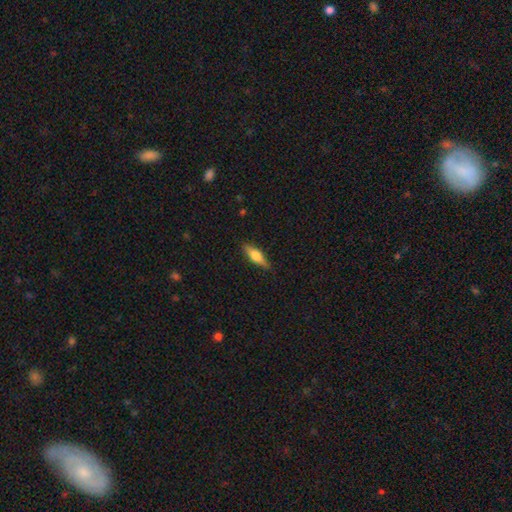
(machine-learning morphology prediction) Smooth or featured?
  - smooth: 50% *
  - featured or disk: 44%
  - star or artifact: 7%
Merging?
  - none: 85% *
  - minor disturbance: 11%
  - major disturbance: 2%
  - merger: 1%